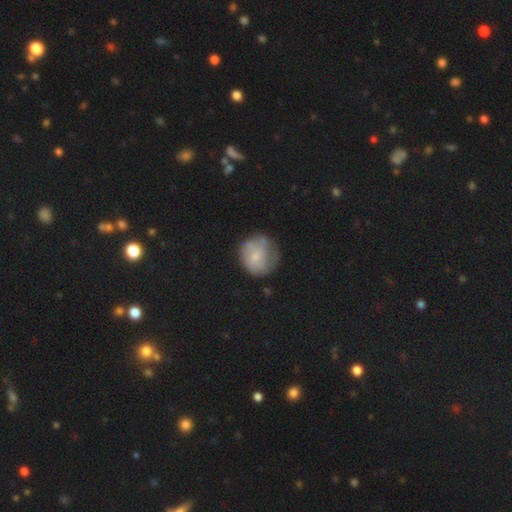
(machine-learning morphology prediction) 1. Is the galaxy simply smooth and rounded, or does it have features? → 56% smooth, 36% featured or disk, 8% star or artifact.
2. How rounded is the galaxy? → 81% round, 18% in between, 1% cigar-shaped.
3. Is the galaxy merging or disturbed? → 55% none, 27% minor disturbance, 16% major disturbance, 3% merger.